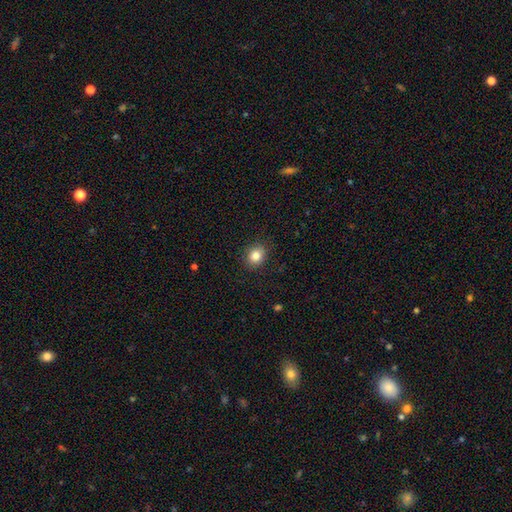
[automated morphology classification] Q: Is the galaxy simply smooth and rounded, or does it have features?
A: smooth — 83%.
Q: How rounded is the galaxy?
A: round — 71%.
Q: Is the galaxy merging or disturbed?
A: none — 89%.